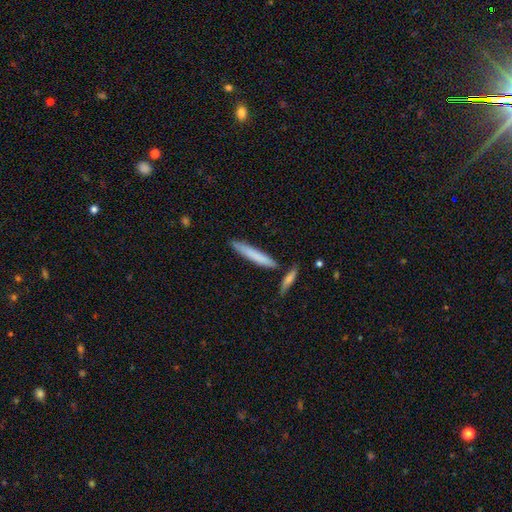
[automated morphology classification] The model was most divided on "smooth or featured": smooth: 74%, featured or disk: 20%, star or artifact: 5%. More confident: how rounded — cigar-shaped (94%); merging — none (79%).